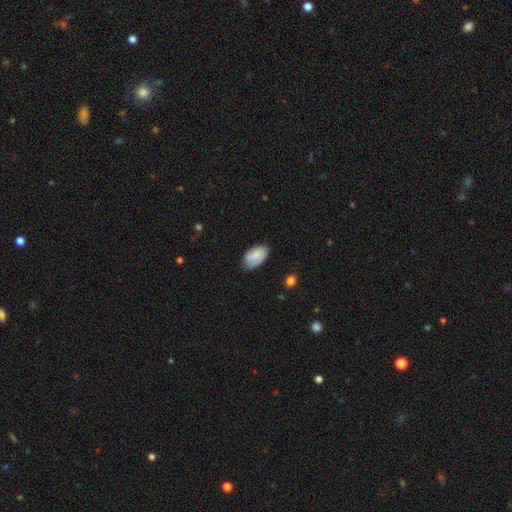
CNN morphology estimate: type=smooth (79%); roundness=in between (94%); merging=none (62%).